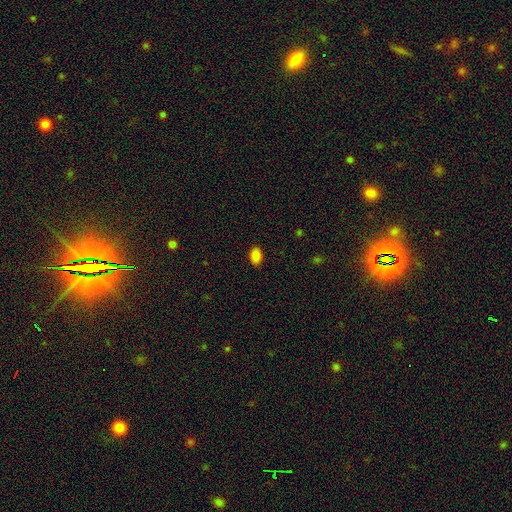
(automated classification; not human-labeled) Smooth or featured? Predicted: smooth (p=0.86). How rounded? Predicted: in between (p=0.87). Merging? Predicted: none (p=0.87).